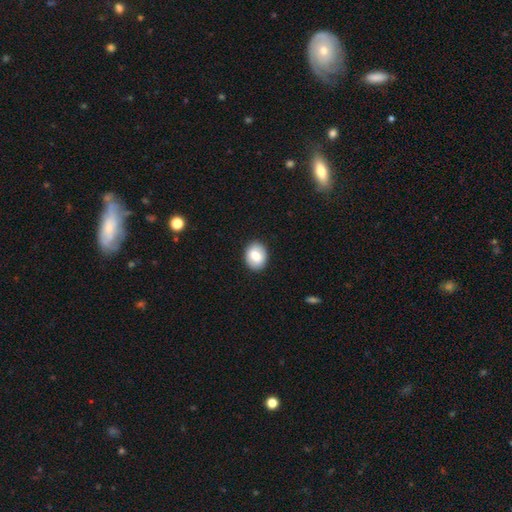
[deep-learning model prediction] This is likely a smooth galaxy (79%). How rounded: possibly in between (55%). Merging: clearly none (90%).